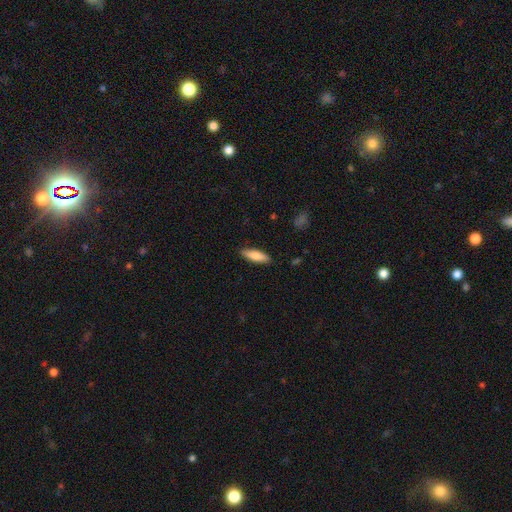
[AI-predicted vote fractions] Smooth or featured: smooth — 79% (featured or disk — 15%)
How rounded: cigar-shaped — 56% (in between — 42%)
Merging: none — 88% (minor disturbance — 9%)